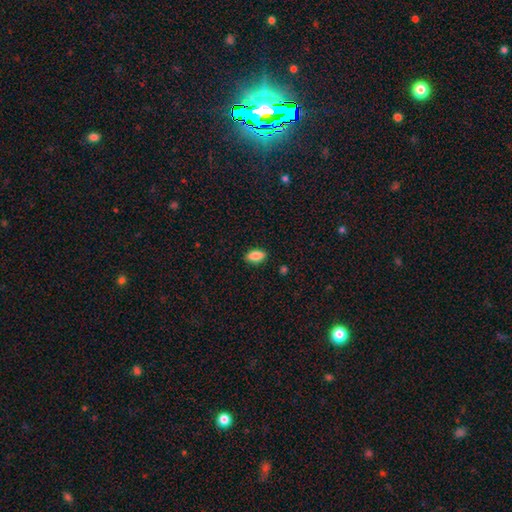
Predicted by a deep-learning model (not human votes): A smooth galaxy with no disk features (84%) that is in between round and cigar-shaped (89%). Merging: none (88%).